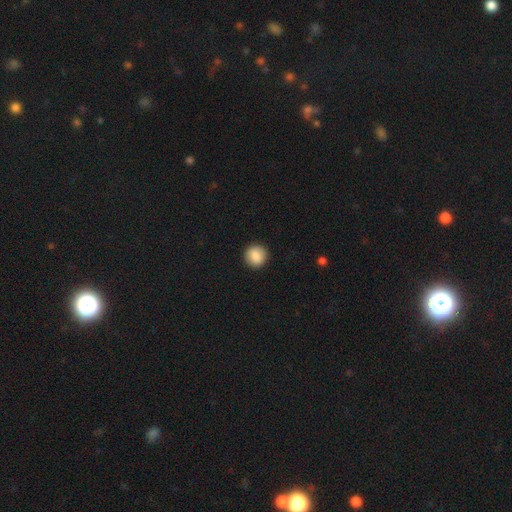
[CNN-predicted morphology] smooth 88%, star or artifact 8%, featured or disk 5%. Down the decision tree: how rounded — round (92%); merging — none (91%).